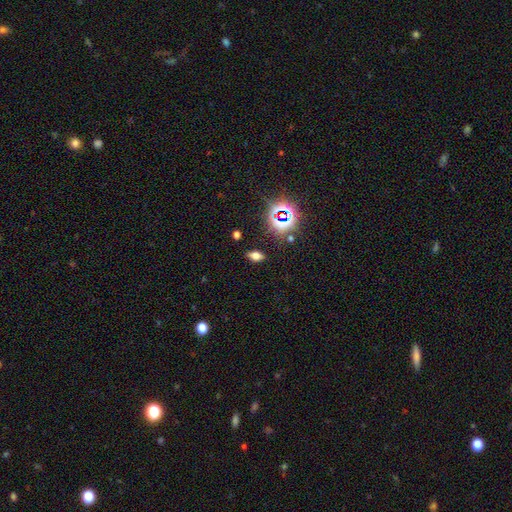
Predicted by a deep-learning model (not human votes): This is possibly a smooth galaxy (59%). How rounded: clearly in between (83%). Merging: clearly none (84%).